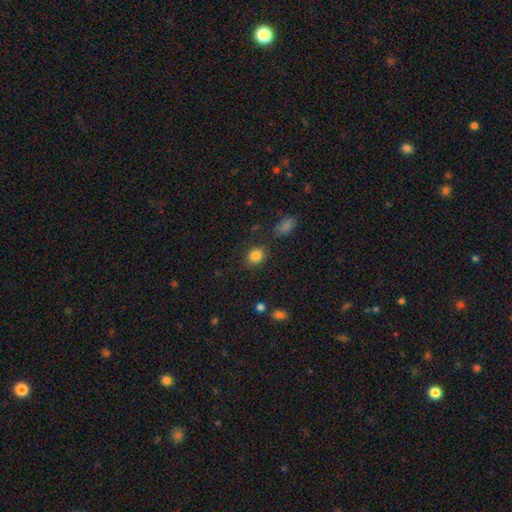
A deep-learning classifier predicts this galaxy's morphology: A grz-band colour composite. It shows a smooth galaxy with no disk features (84%) that is round (61%). Merging: none (83%).